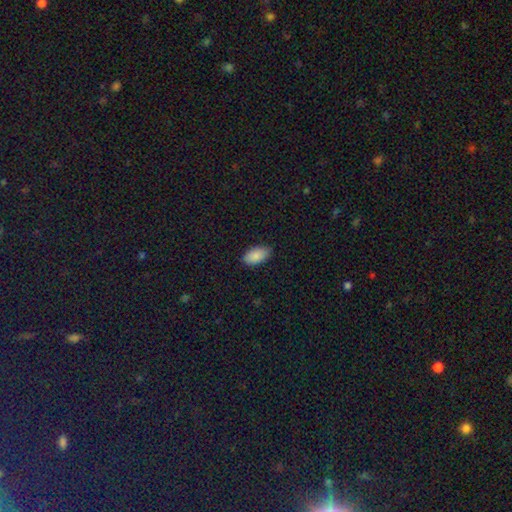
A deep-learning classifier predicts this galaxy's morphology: This is clearly a smooth galaxy (88%). How rounded: clearly in between (95%). Merging: clearly none (80%).